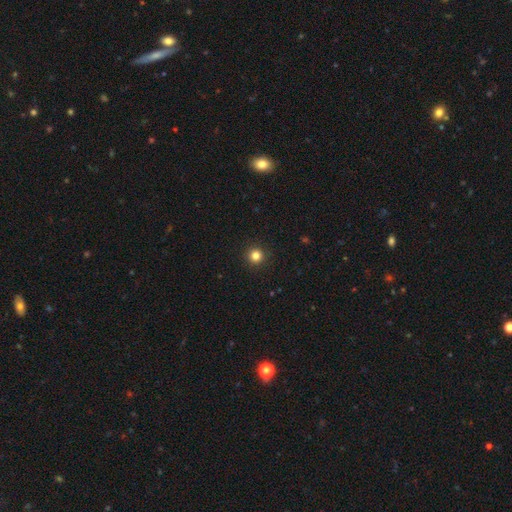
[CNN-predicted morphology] Smooth or featured? Predicted: smooth (p=0.83). How rounded? Predicted: round (p=0.96). Merging? Predicted: none (p=0.93).